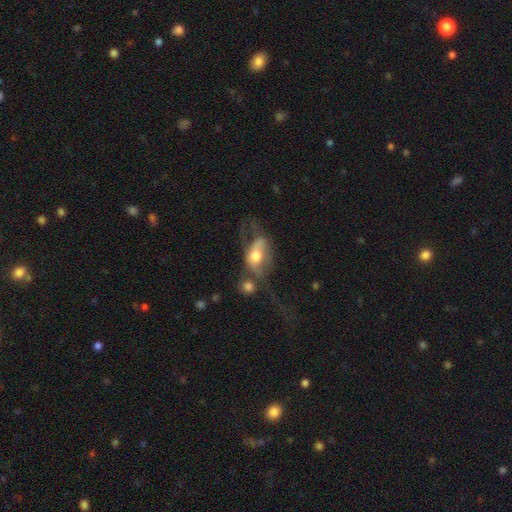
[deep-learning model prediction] Smooth or featured? featured or disk (48%)
Merging? major disturbance (39%)